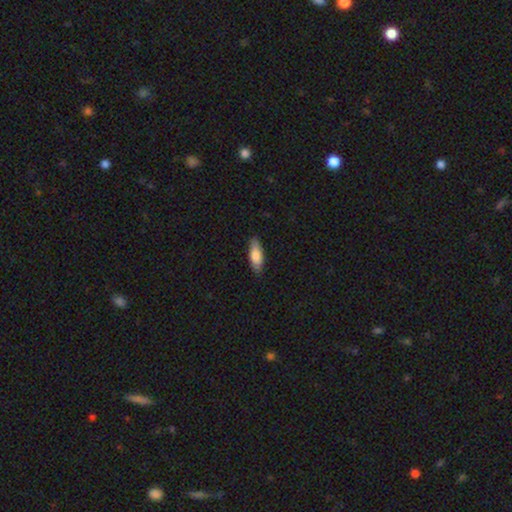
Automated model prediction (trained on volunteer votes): The model was most divided on "how rounded": in between: 60%, cigar-shaped: 38%, round: 2%. More confident: merging — none (87%); smooth or featured — smooth (79%).